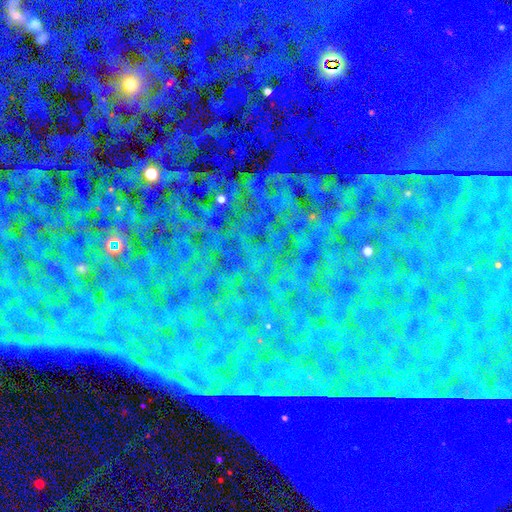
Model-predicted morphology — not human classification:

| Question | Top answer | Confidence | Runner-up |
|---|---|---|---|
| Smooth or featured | star or artifact | 82% | smooth (10%) |